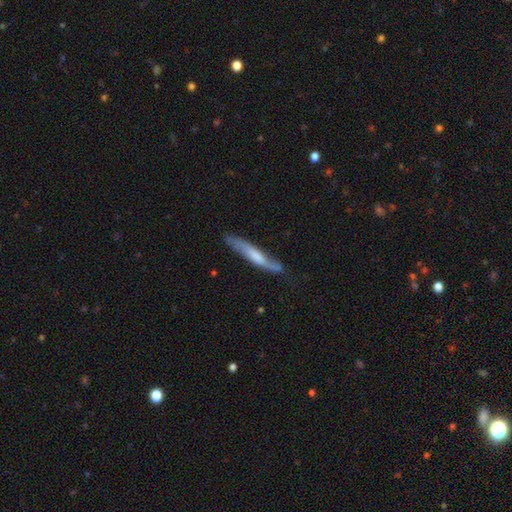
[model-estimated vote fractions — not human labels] smooth_or_featured: featured or disk (p=0.57) [alt: smooth p=0.37]
disk_edge_on: yes (p=0.69) [alt: no p=0.31]
merging: none (p=0.69) [alt: minor disturbance p=0.23]